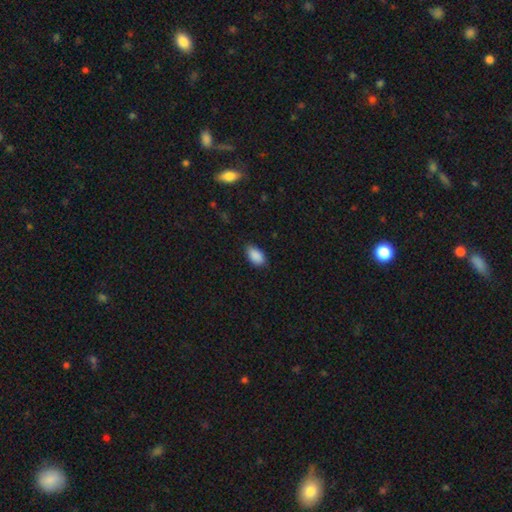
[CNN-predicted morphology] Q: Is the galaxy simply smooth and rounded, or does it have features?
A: smooth — 89%.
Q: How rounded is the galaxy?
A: in between — 93%.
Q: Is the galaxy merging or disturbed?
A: none — 80%.